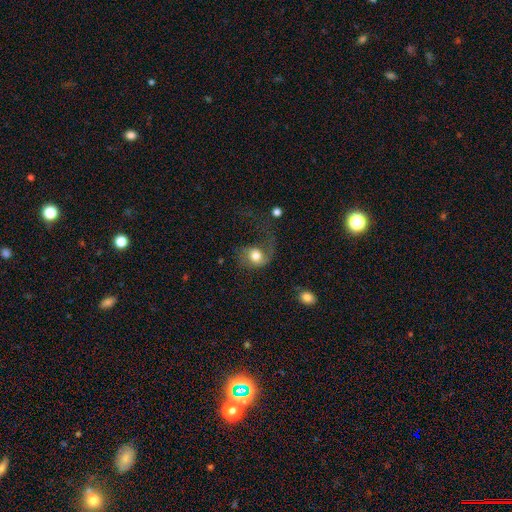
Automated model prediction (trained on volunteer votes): smooth_or_featured: smooth (p=0.54) [alt: featured or disk p=0.38]
how_rounded: round (p=0.62) [alt: in between p=0.37]
merging: major disturbance (p=0.52) [alt: none p=0.28]